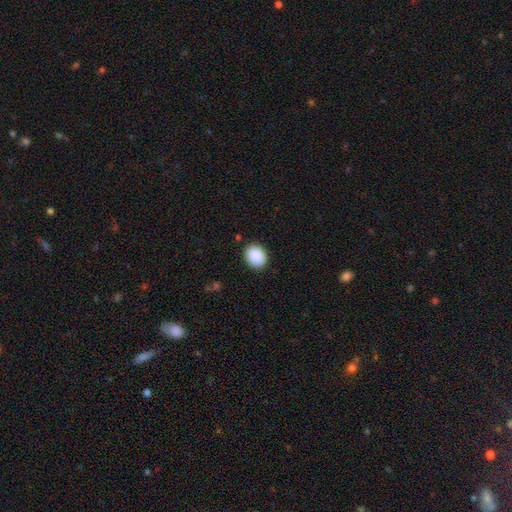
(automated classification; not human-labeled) smooth-or-featured: smooth: 90% | star or artifact: 7% | featured or disk: 3%
  how-rounded: in between: 52% | round: 47% | cigar-shaped: 1%
  merging: none: 88% | minor disturbance: 9% | major disturbance: 2% | merger: 1%